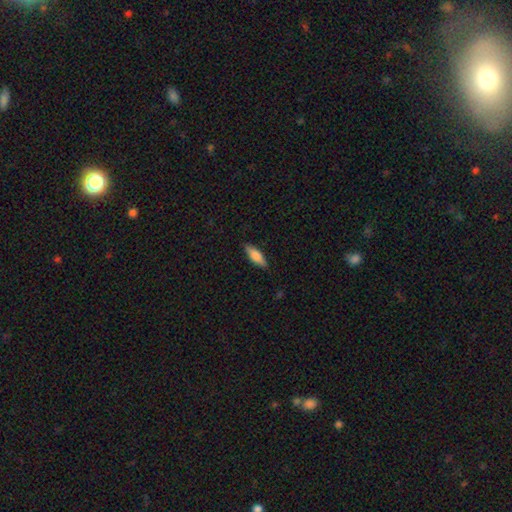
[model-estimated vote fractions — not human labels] Smooth or featured: smooth — 77% (featured or disk — 17%)
How rounded: in between — 53% (cigar-shaped — 44%)
Merging: none — 86% (minor disturbance — 11%)